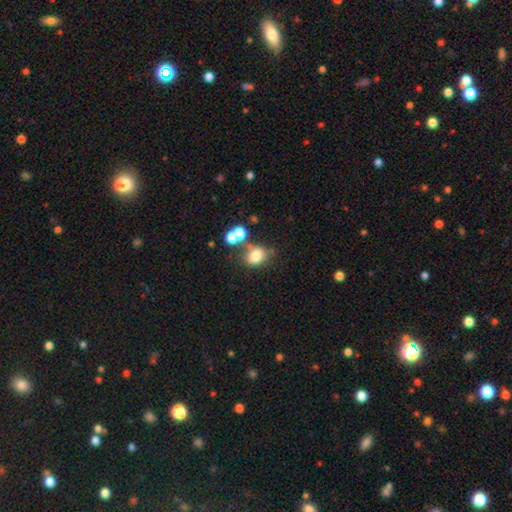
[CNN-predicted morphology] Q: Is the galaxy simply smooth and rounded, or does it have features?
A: smooth — 75%.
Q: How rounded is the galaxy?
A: in between — 56%.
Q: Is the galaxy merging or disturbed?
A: none — 52%.